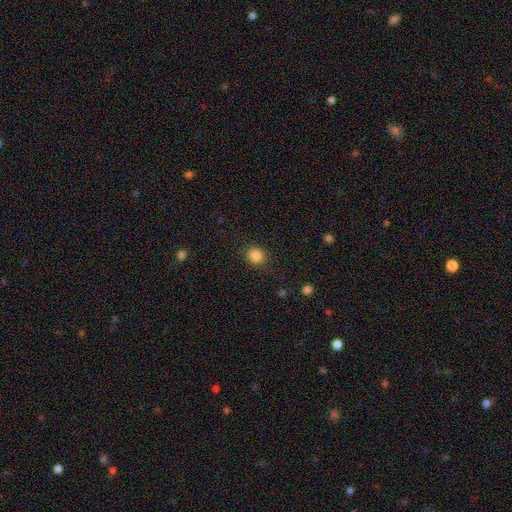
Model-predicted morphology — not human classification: A smooth galaxy with no disk features (85%) that is round (77%).

Vote fractions:
- Smooth or featured? smooth: 85% / star or artifact: 11% / featured or disk: 4%
- How rounded? round: 77% / in between: 22% / cigar-shaped: 1%
- Merging? none: 87% / minor disturbance: 9% / major disturbance: 3% / merger: 1%